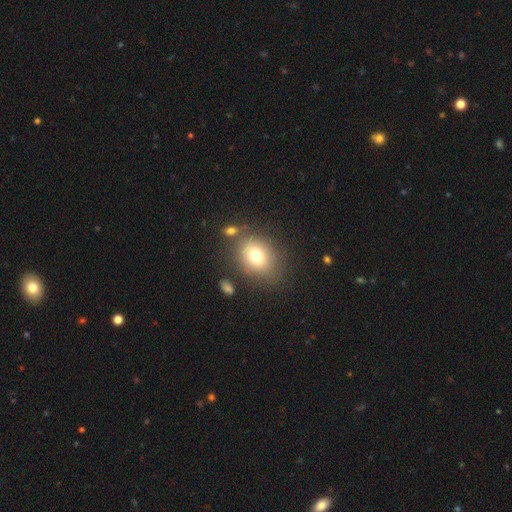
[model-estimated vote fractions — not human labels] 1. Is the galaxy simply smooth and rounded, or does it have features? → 74% smooth, 14% featured or disk, 12% star or artifact.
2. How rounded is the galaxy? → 52% in between, 47% round, 1% cigar-shaped.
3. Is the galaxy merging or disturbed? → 73% none, 13% minor disturbance, 7% merger, 6% major disturbance.